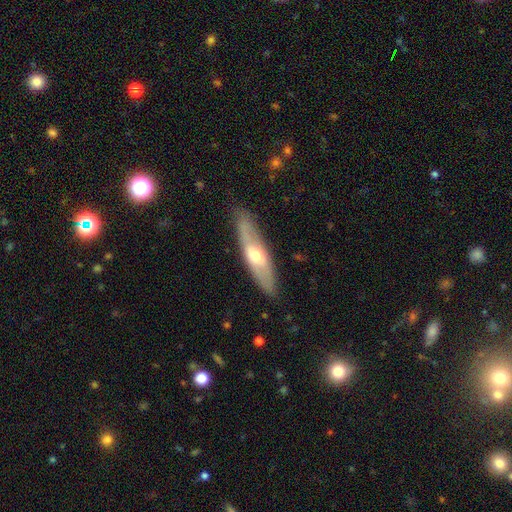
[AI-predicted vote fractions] Q: Smooth or featured?
A: featured or disk (51%); runner-up: smooth (44%)
Q: Edge-on disk?
A: no (51%); runner-up: yes (49%)
Q: Merging?
A: none (83%); runner-up: minor disturbance (13%)